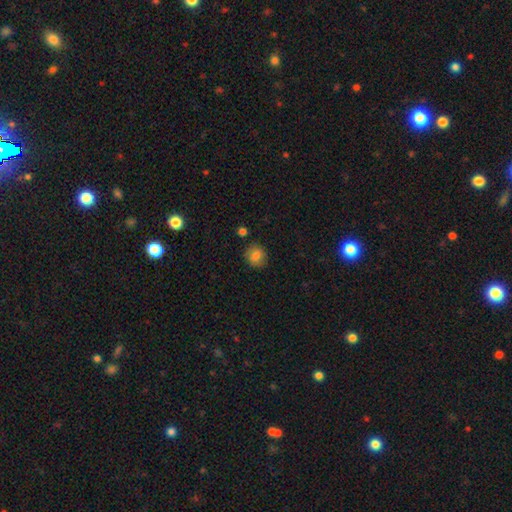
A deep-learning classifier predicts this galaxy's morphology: type=smooth (83%); roundness=round (82%); merging=none (85%).